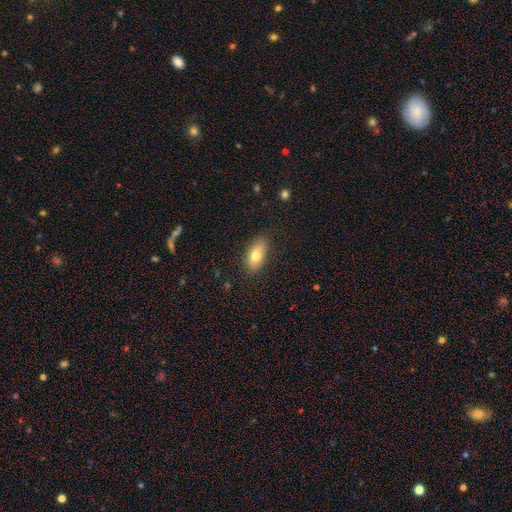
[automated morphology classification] A smooth galaxy with no disk features (75%) that is in between round and cigar-shaped (87%). Merging: none (83%).